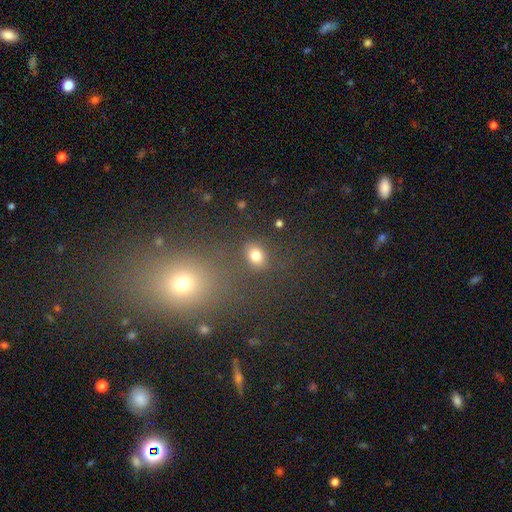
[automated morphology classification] Smooth or featured? Predicted: smooth (p=0.76). How rounded? Predicted: in between (p=0.57). Merging? Predicted: none (p=0.78).